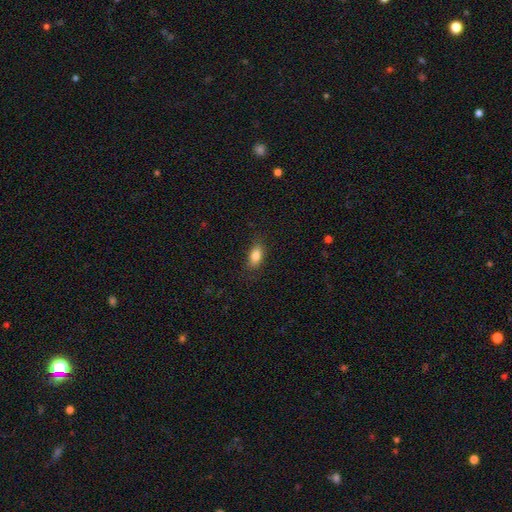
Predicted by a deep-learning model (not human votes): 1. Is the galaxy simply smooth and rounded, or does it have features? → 83% smooth, 9% featured or disk, 8% star or artifact.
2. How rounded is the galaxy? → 86% in between, 8% cigar-shaped, 6% round.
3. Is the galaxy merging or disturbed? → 82% none, 14% minor disturbance, 4% major disturbance, 1% merger.